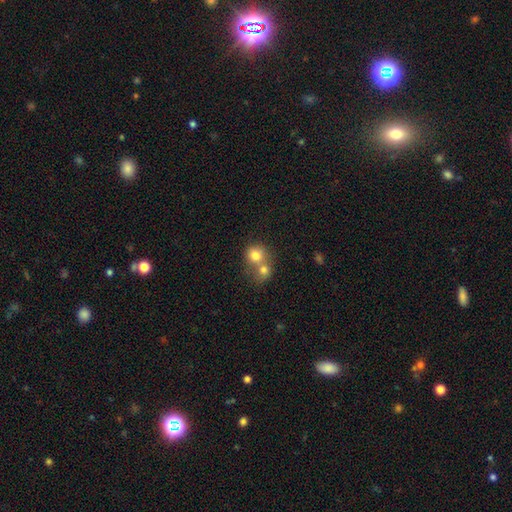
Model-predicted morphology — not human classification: Smooth or featured? smooth (76%)
How rounded? round (76%)
Merging? merger (62%)